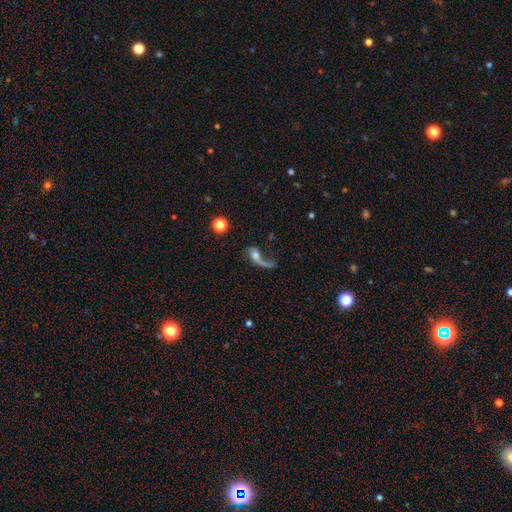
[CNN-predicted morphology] type=featured or disk (64%); edge-on=no (92%); bar=no (66%); spiral arms=yes (83%); bulge=moderate (44%); merging=major disturbance (45%).